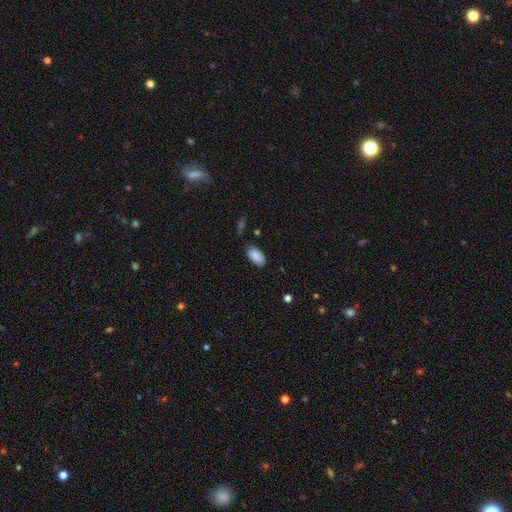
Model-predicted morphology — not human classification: smooth-or-featured: smooth: 88% | star or artifact: 7% | featured or disk: 5%
  how-rounded: in between: 95% | round: 3% | cigar-shaped: 2%
  merging: none: 81% | minor disturbance: 14% | major disturbance: 3% | merger: 2%